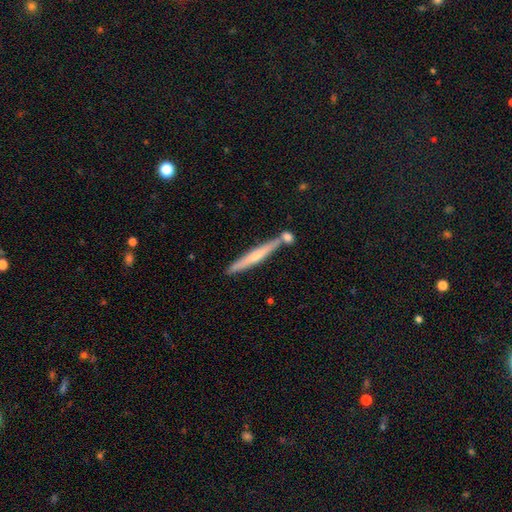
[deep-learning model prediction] Smooth or featured?
  - featured or disk: 52% *
  - smooth: 43%
  - star or artifact: 6%
Edge-on disk?
  - yes: 96% *
  - no: 4%
Merging?
  - none: 76% *
  - merger: 12%
  - minor disturbance: 10%
  - major disturbance: 2%